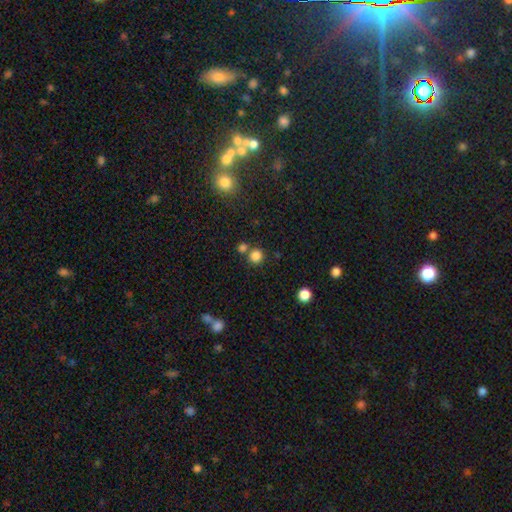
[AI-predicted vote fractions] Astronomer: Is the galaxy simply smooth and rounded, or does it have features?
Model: smooth — 82%.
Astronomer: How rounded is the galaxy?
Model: round — 91%.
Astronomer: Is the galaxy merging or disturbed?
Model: none — 69%.